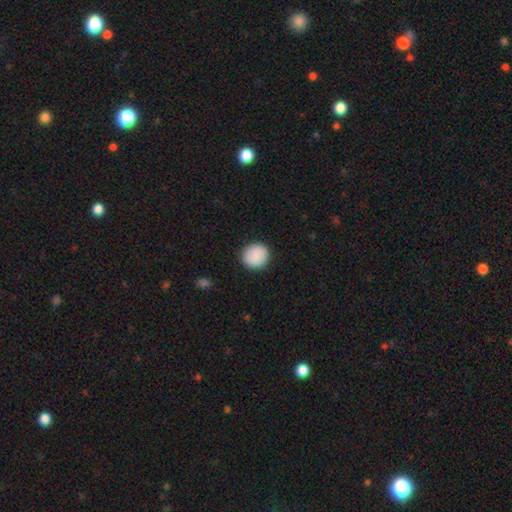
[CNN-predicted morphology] The model was most divided on "smooth or featured": smooth: 88%, star or artifact: 6%, featured or disk: 6%. More confident: how rounded — round (91%); merging — none (90%).